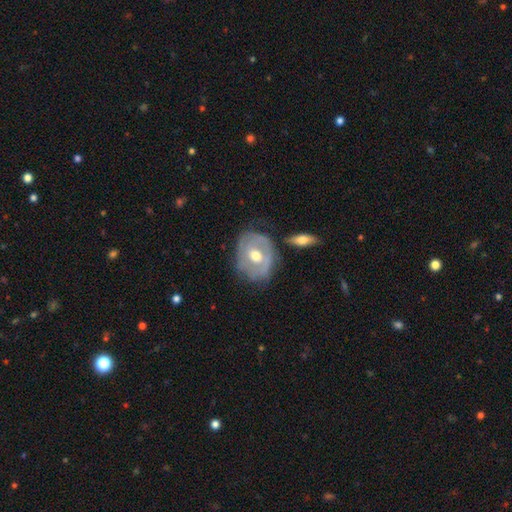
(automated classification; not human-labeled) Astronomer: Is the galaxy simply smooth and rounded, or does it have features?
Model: featured or disk — 66%.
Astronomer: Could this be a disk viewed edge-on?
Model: no — 94%.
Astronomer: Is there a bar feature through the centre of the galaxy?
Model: no — 60%.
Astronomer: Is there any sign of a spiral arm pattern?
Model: yes — 55% (runner-up: no, 45%).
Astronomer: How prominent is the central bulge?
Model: moderate — 79%.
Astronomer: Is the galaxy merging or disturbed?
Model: none — 63%.